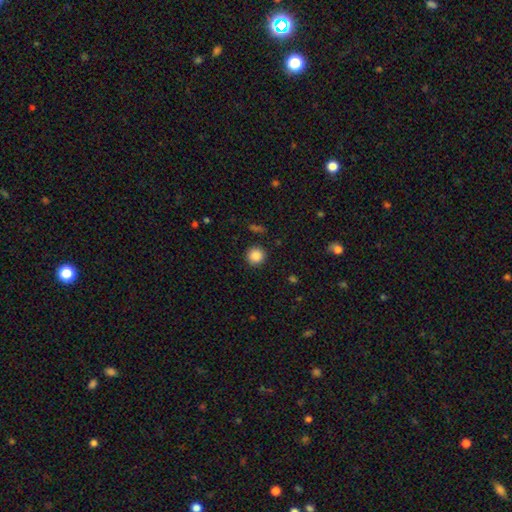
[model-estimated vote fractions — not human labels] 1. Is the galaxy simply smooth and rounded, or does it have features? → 87% smooth, 10% star or artifact, 3% featured or disk.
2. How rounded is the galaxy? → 94% round, 6% in between, 1% cigar-shaped.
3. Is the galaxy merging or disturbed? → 90% none, 6% minor disturbance, 2% major disturbance, 1% merger.